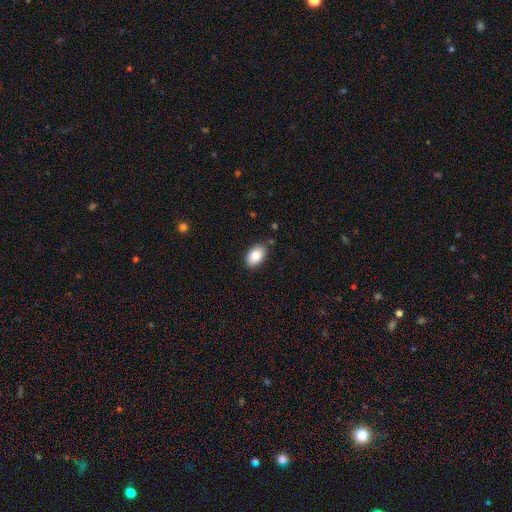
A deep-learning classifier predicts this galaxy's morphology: This appears to be a smooth galaxy with no disk features (83%) that is in between round and cigar-shaped (91%). Merging: none (86%).